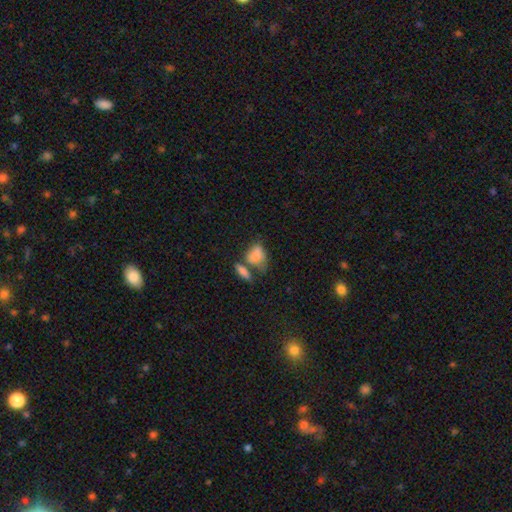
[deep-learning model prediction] smooth_or_featured: smooth (p=0.80) [alt: featured or disk p=0.11]
how_rounded: in between (p=0.83) [alt: round p=0.13]
merging: merger (p=0.44) [alt: none p=0.27]